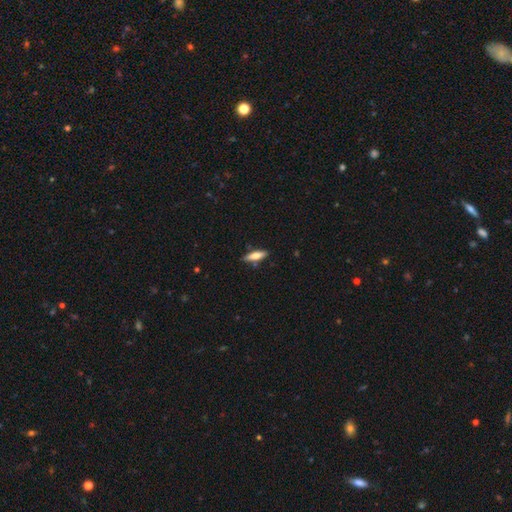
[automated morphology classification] smooth 66%, featured or disk 28%, star or artifact 6%. Down the decision tree: how rounded — cigar-shaped (62%); merging — none (84%).